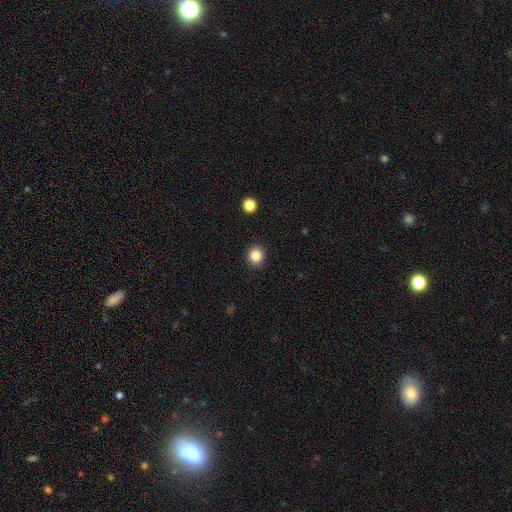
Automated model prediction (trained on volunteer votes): smooth 86%, star or artifact 10%, featured or disk 3%. Down the decision tree: how rounded — round (89%); merging — none (91%).